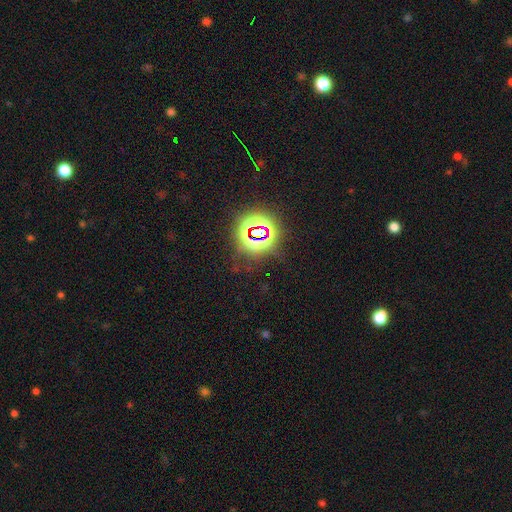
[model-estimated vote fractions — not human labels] Smooth or featured?
  - star or artifact: 82% *
  - smooth: 11%
  - featured or disk: 7%